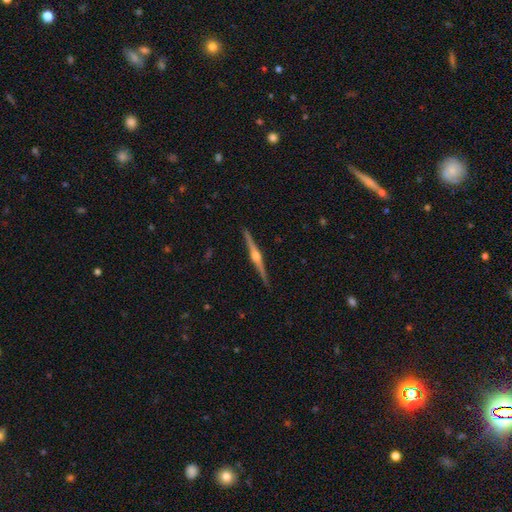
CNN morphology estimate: Q: Smooth or featured?
A: featured or disk (87%); runner-up: smooth (8%)
Q: Edge-on disk?
A: yes (99%); runner-up: no (1%)
Q: Edge-on bulge?
A: rounded (92%); runner-up: boxy (5%)
Q: Merging?
A: none (92%); runner-up: minor disturbance (6%)